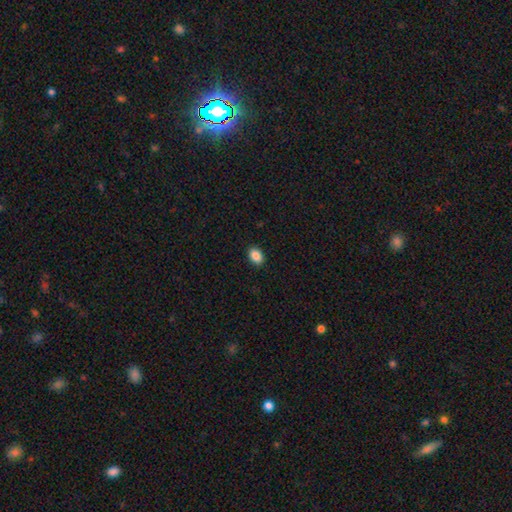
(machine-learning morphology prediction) smooth-or-featured: smooth: 88% | star or artifact: 8% | featured or disk: 4%
  how-rounded: in between: 83% | round: 16% | cigar-shaped: 1%
  merging: none: 90% | minor disturbance: 7% | major disturbance: 2% | merger: 1%